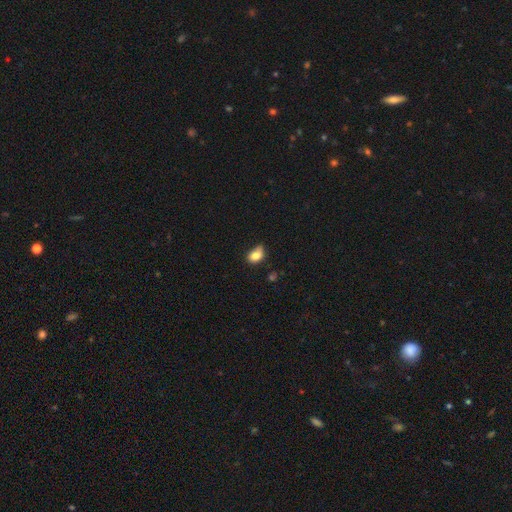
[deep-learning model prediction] This appears to be a smooth galaxy with no disk features (82%) that is in between round and cigar-shaped (74%). Merging: none (42%, tied with minor disturbance).